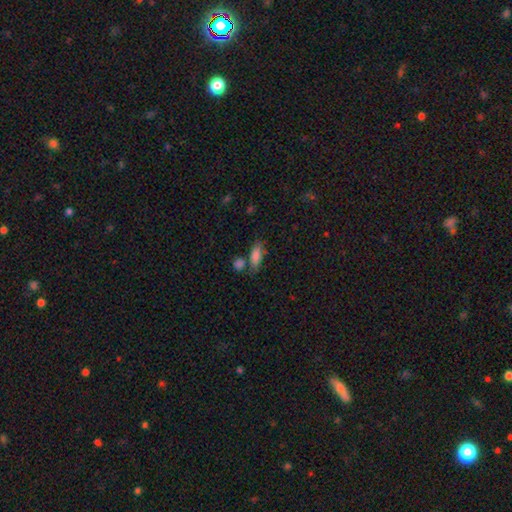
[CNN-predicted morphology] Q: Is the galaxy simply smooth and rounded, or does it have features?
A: smooth — 81%.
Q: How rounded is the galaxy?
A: in between — 66%.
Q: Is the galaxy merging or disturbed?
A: none — 59%.